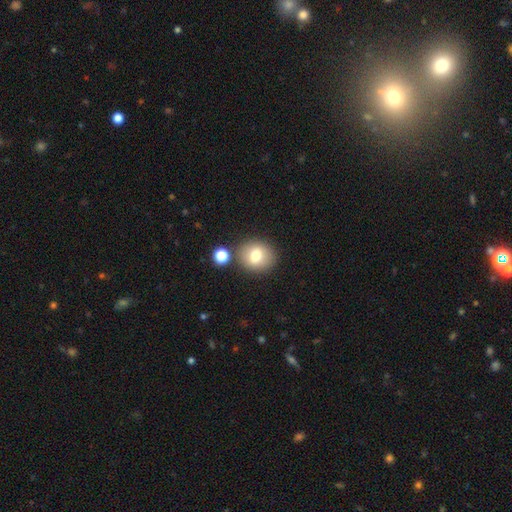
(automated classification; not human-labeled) This is likely a smooth galaxy (75%). How rounded: likely round (74%). Merging: likely none (79%).